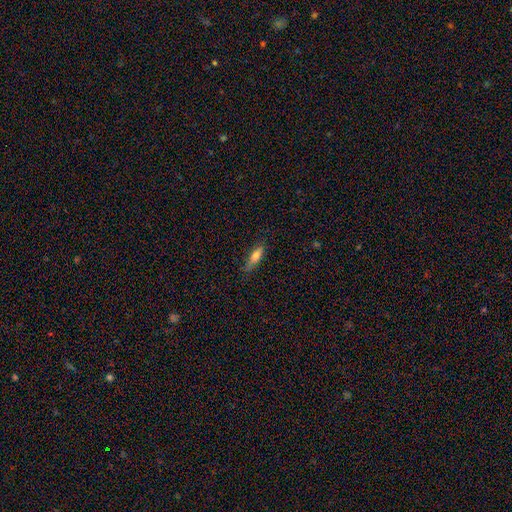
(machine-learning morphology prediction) This is likely a smooth galaxy (71%). How rounded: possibly cigar-shaped (49%). Merging: likely none (74%).